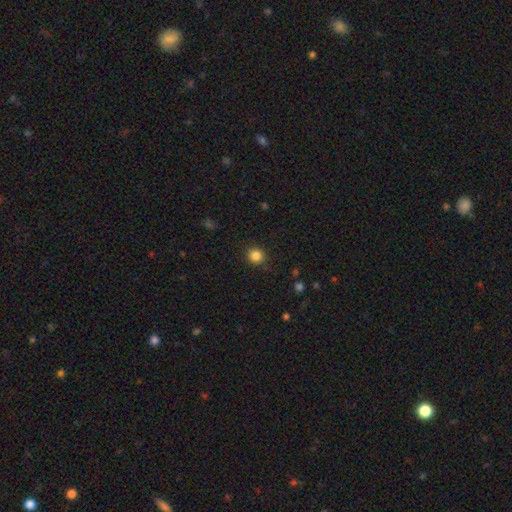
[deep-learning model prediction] Overall: smooth (84%). How rounded: round (90%). Merging: none (88%).